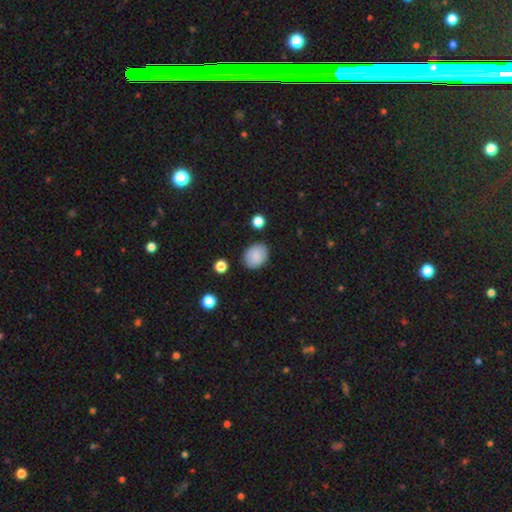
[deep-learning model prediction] This appears to be a smooth galaxy with no disk features (87%) that is in between round and cigar-shaped (53%). Merging: none (85%).